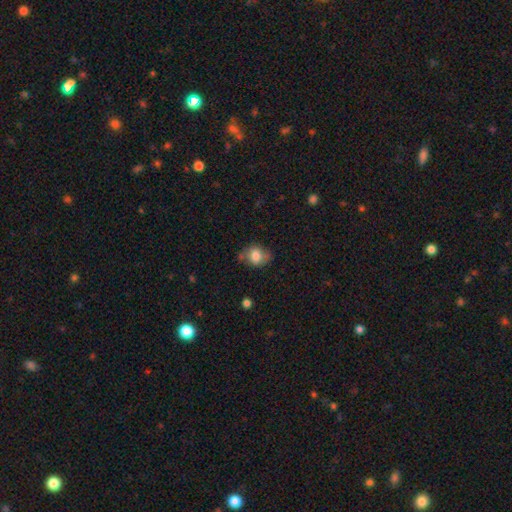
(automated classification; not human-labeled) Q: Smooth or featured?
A: smooth (74%); runner-up: featured or disk (17%)
Q: How rounded?
A: in between (51%); runner-up: round (48%)
Q: Merging?
A: none (60%); runner-up: minor disturbance (27%)